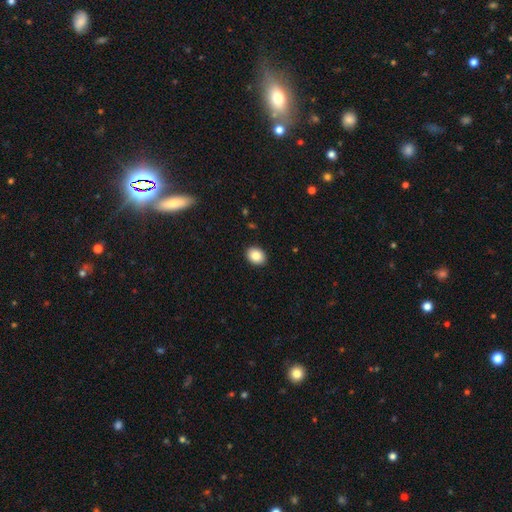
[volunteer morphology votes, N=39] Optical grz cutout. It shows a smooth galaxy with no disk features (82%) that is round (56%). Merging: none (92%).